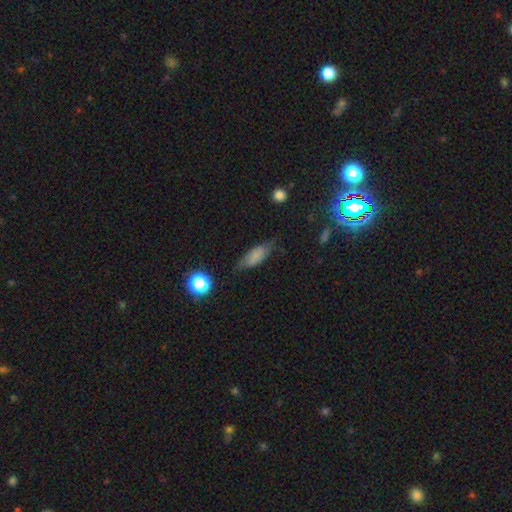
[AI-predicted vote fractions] This is likely a smooth galaxy (69%). How rounded: likely in between (69%). Merging: likely none (64%).